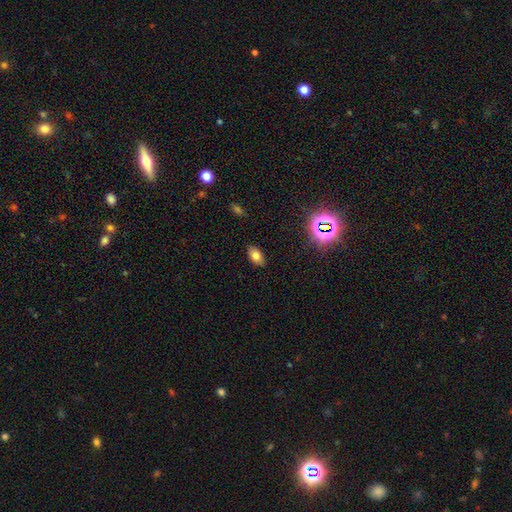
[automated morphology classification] Smooth or featured: smooth — 76% (star or artifact — 14%)
How rounded: in between — 90% (round — 8%)
Merging: none — 87% (minor disturbance — 10%)